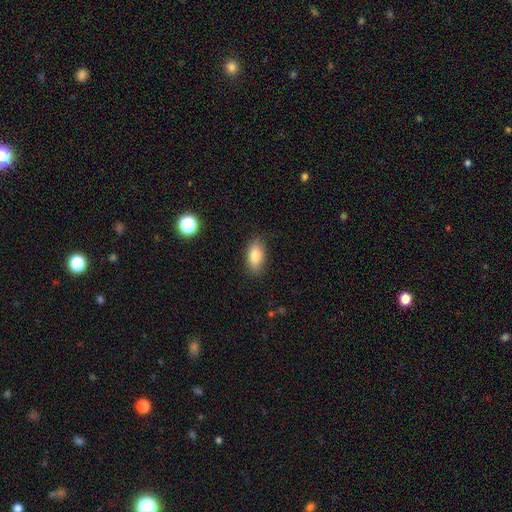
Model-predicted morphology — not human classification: smooth-or-featured: smooth: 81% | featured or disk: 11% | star or artifact: 8%
  how-rounded: in between: 88% | cigar-shaped: 7% | round: 5%
  merging: none: 86% | minor disturbance: 10% | major disturbance: 2% | merger: 1%